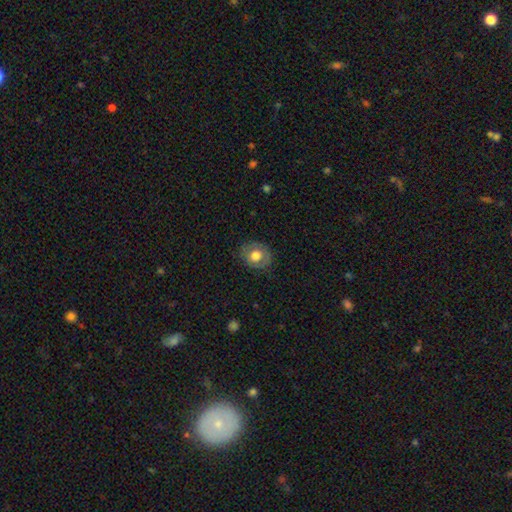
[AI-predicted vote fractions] Overall: smooth (65%; featured or disk 27%). How rounded: round (67%; in between 32%). Merging: none (80%).